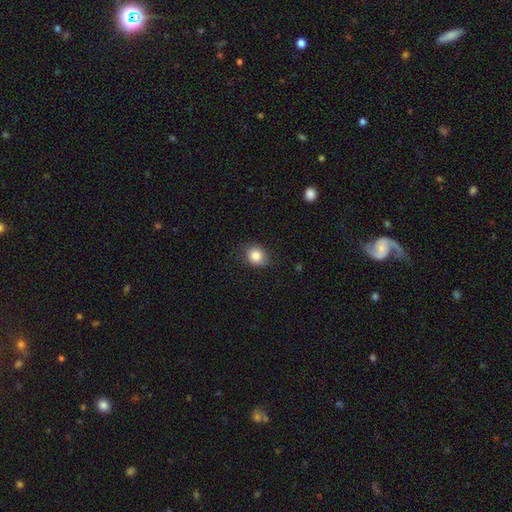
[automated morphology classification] smooth-or-featured: smooth: 84% | star or artifact: 9% | featured or disk: 7%
  how-rounded: round: 59% | in between: 40% | cigar-shaped: 1%
  merging: none: 78% | minor disturbance: 17% | major disturbance: 4% | merger: 1%